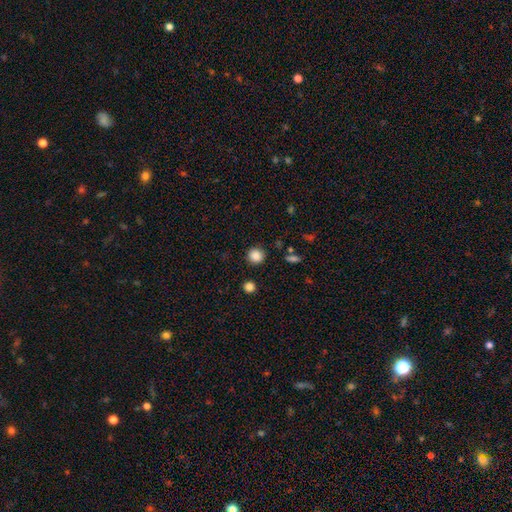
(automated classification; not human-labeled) Smooth or featured? smooth (86%)
How rounded? round (92%)
Merging? none (89%)